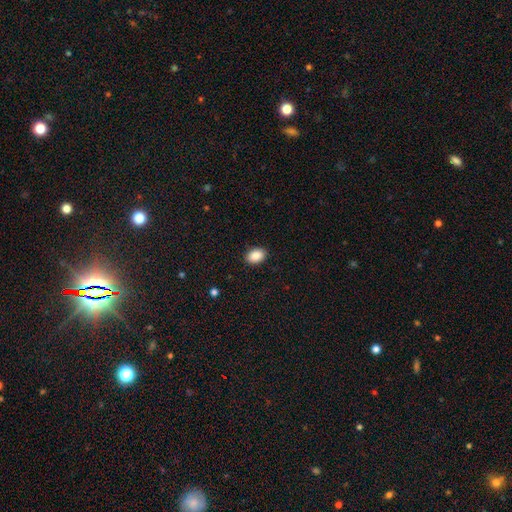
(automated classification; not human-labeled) smooth 89%, star or artifact 8%, featured or disk 3%. Down the decision tree: how rounded — in between (81%); merging — none (89%).